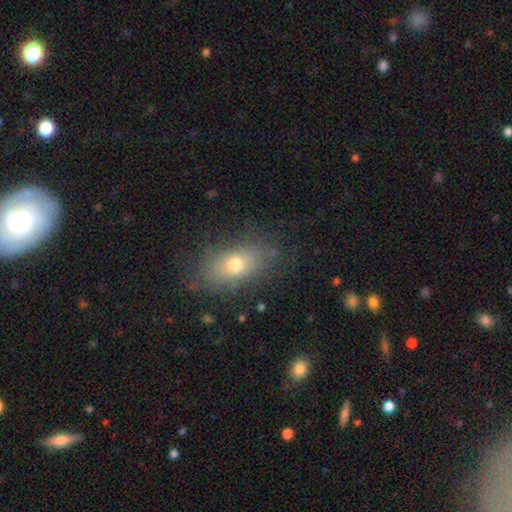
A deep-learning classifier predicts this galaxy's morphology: smooth 66%, featured or disk 19%, star or artifact 15%. Down the decision tree: how rounded — in between (82%); merging — none (83%).